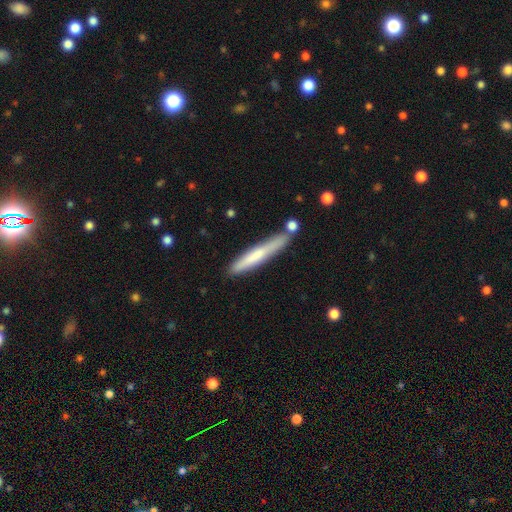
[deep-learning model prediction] The model was most divided on "smooth or featured": smooth: 63%, featured or disk: 32%, star or artifact: 6%. More confident: how rounded — cigar-shaped (95%); merging — none (77%).